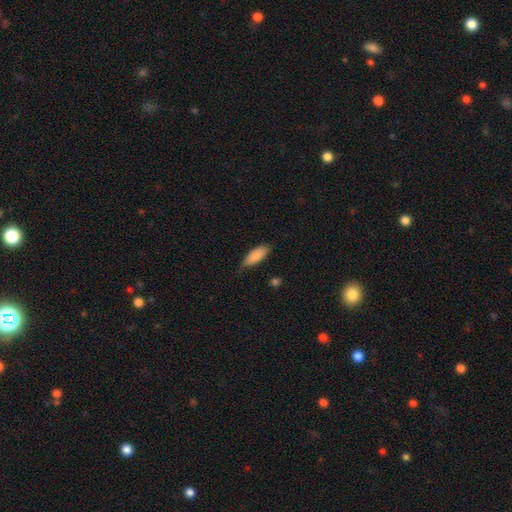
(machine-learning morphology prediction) The model was most divided on "merging": none: 66%, minor disturbance: 28%, major disturbance: 4%, merger: 1%. More confident: smooth or featured — smooth (86%); how rounded — in between (72%).